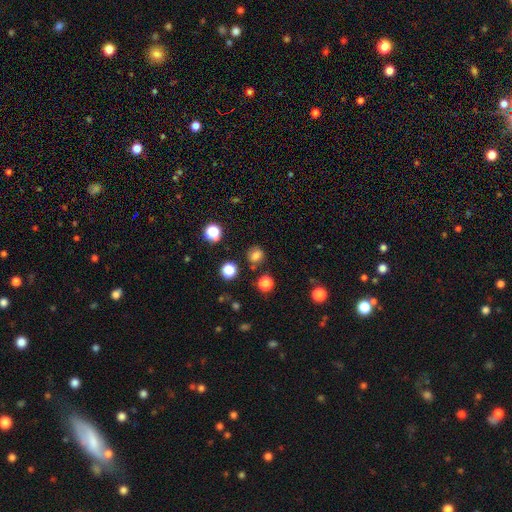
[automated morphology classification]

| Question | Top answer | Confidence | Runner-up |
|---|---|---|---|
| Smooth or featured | smooth | 77% | star or artifact (17%) |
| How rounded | round | 74% | in between (25%) |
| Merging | none | 79% | minor disturbance (12%) |